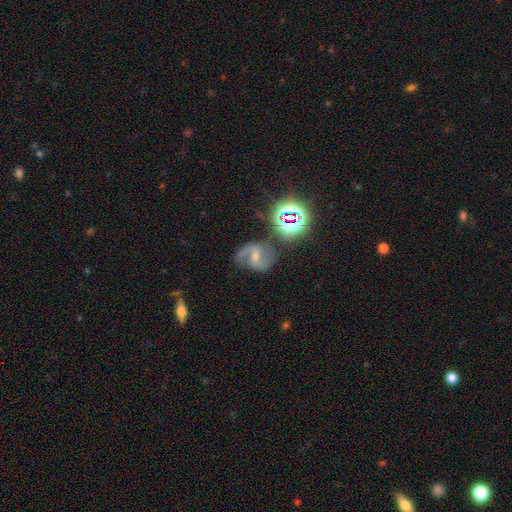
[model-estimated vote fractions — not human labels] Q: Smooth or featured?
A: featured or disk (72%); runner-up: star or artifact (18%)
Q: Edge-on disk?
A: no (97%); runner-up: yes (3%)
Q: Bar?
A: weak (47%); runner-up: strong (29%)
Q: Spiral arms?
A: yes (94%); runner-up: no (6%)
Q: Spiral winding?
A: medium (52%); runner-up: loose (28%)
Q: Spiral arm count?
A: 2 (85%); runner-up: can't tell (5%)
Q: Bulge size?
A: small (50%); runner-up: moderate (44%)
Q: Merging?
A: none (72%); runner-up: minor disturbance (16%)